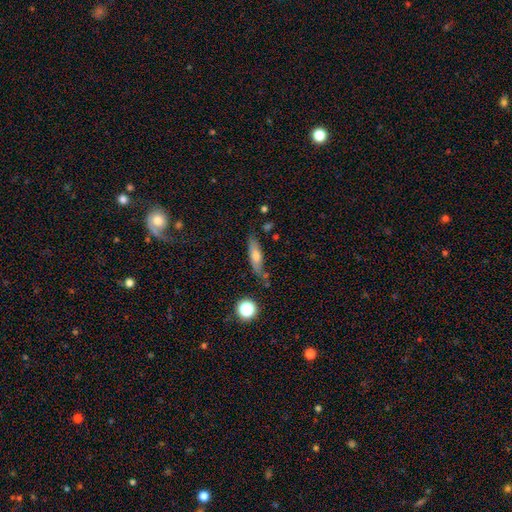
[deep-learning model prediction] smooth_or_featured: smooth (p=0.62) [alt: featured or disk p=0.30]
how_rounded: cigar-shaped (p=0.55) [alt: in between p=0.42]
merging: none (p=0.65) [alt: minor disturbance p=0.22]